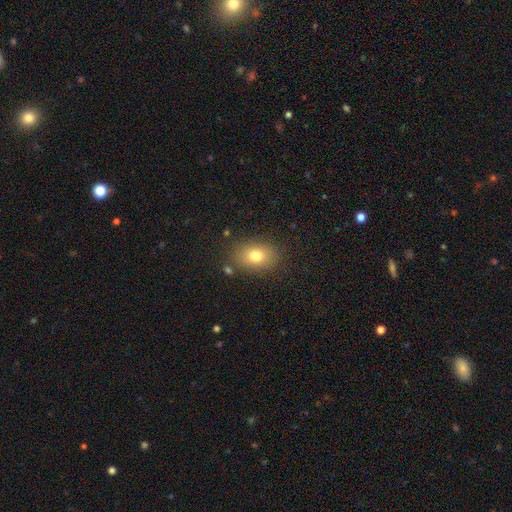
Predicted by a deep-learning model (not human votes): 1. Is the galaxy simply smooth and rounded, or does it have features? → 78% smooth, 11% featured or disk, 11% star or artifact.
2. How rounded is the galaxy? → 73% in between, 26% round, 1% cigar-shaped.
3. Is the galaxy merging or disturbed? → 83% none, 11% minor disturbance, 3% major disturbance, 3% merger.